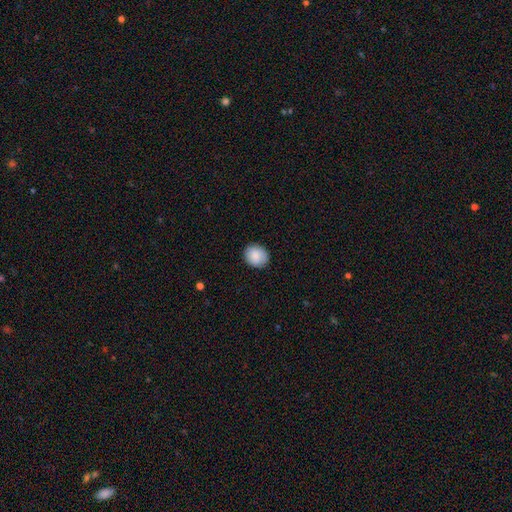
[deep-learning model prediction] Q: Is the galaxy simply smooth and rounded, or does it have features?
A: smooth — 87%.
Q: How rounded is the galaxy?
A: round — 68%.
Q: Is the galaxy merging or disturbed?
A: none — 87%.